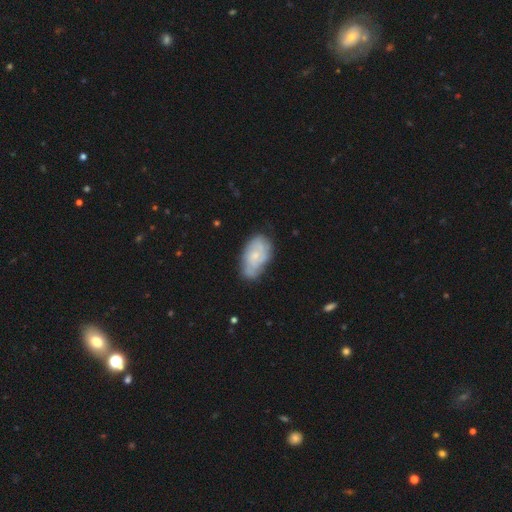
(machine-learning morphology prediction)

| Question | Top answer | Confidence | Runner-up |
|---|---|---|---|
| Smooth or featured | featured or disk | 51% | smooth (42%) |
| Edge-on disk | no | 95% | yes (5%) |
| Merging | none | 60% | minor disturbance (29%) |